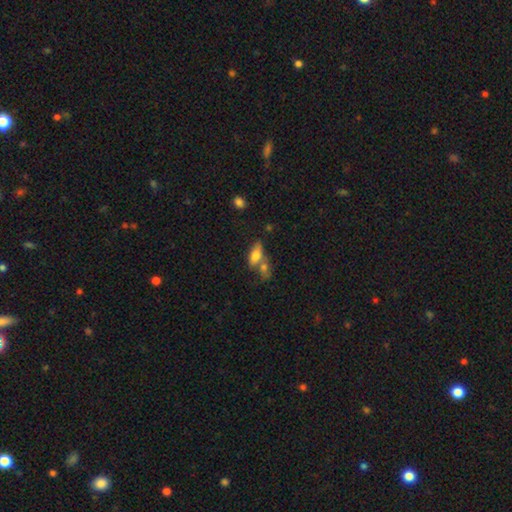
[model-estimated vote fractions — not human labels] Smooth or featured?
  - smooth: 68% *
  - featured or disk: 23%
  - star or artifact: 9%
How rounded?
  - in between: 78% *
  - cigar-shaped: 17%
  - round: 6%
Merging?
  - merger: 43% *
  - none: 36%
  - minor disturbance: 14%
  - major disturbance: 7%